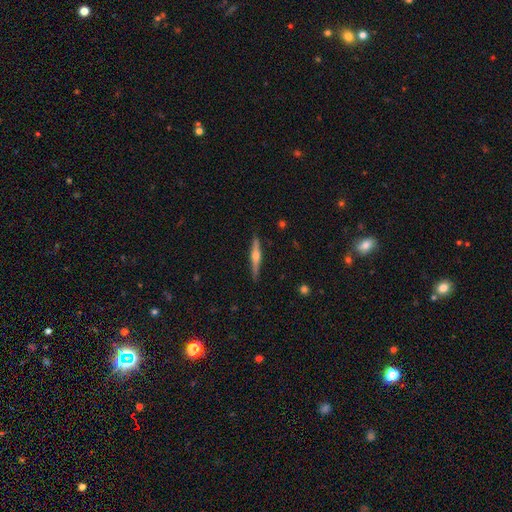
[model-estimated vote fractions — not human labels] A featured or disk galaxy (67%) viewed edge-on (97%) with a rounded central bulge (92%). Merging: none (89%).